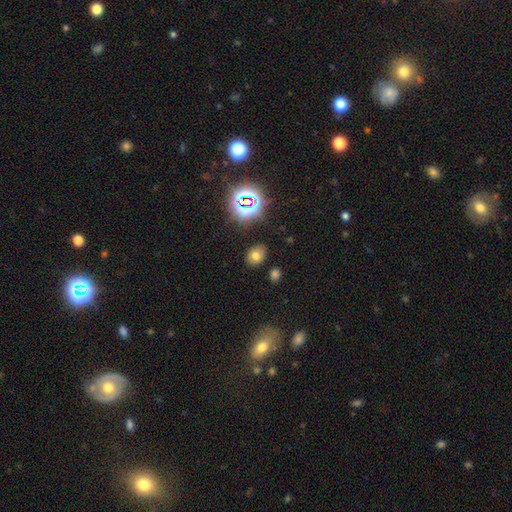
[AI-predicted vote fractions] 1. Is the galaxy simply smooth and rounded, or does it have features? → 67% smooth, 22% star or artifact, 12% featured or disk.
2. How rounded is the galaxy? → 65% in between, 34% round, 1% cigar-shaped.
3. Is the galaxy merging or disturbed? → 84% none, 10% minor disturbance, 3% major disturbance, 3% merger.